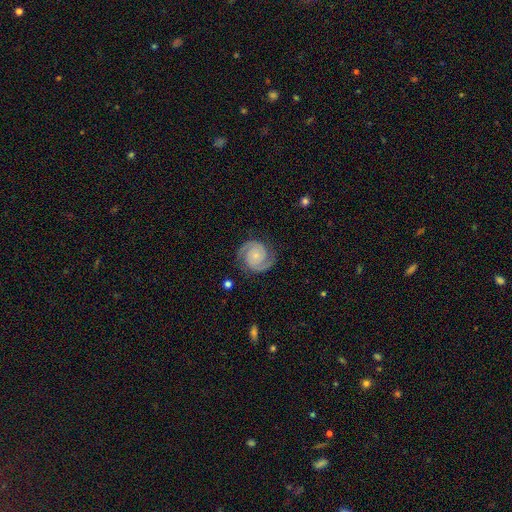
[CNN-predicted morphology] Smooth or featured? Predicted: featured or disk (p=0.91). Edge-on disk? Predicted: no (p=0.98). Bar? Predicted: no (p=0.72). Spiral arms? Predicted: yes (p=0.99). Spiral winding? Predicted: tight (p=0.55). Spiral arm count? Predicted: 2 (p=0.94). Bulge size? Predicted: small (p=0.68). Merging? Predicted: none (p=0.85).